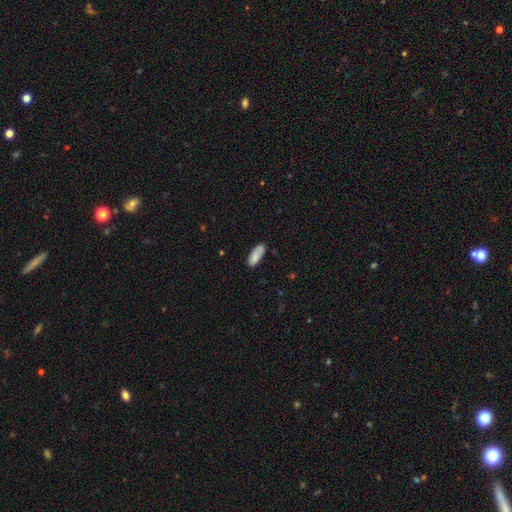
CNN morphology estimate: Smooth or featured: smooth — 81% (featured or disk — 12%)
How rounded: in between — 79% (cigar-shaped — 20%)
Merging: none — 73% (minor disturbance — 19%)